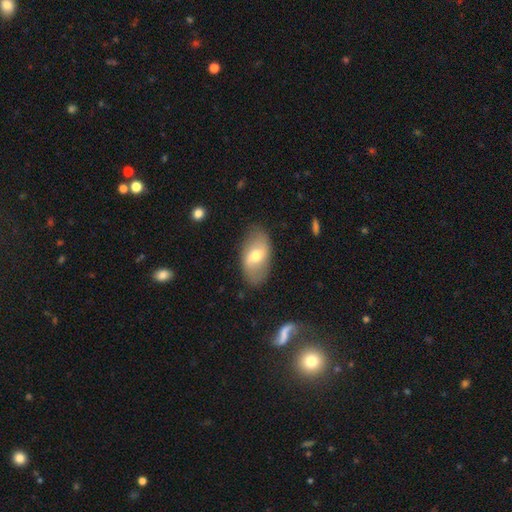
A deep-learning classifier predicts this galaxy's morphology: smooth_or_featured: smooth (p=0.49) [alt: featured or disk p=0.45]
merging: none (p=0.79) [alt: minor disturbance p=0.15]